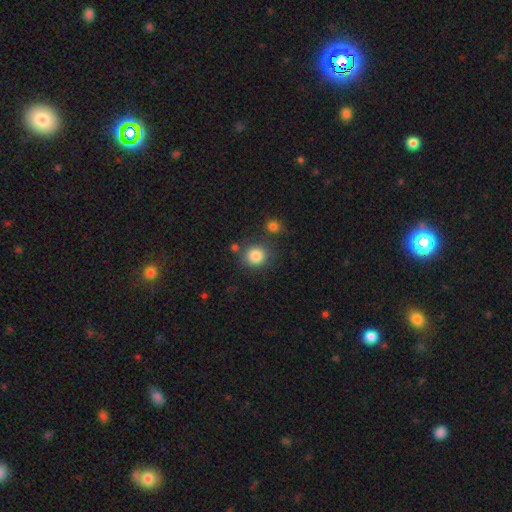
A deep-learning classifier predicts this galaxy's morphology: type=smooth (85%); roundness=round (88%); merging=none (78%).